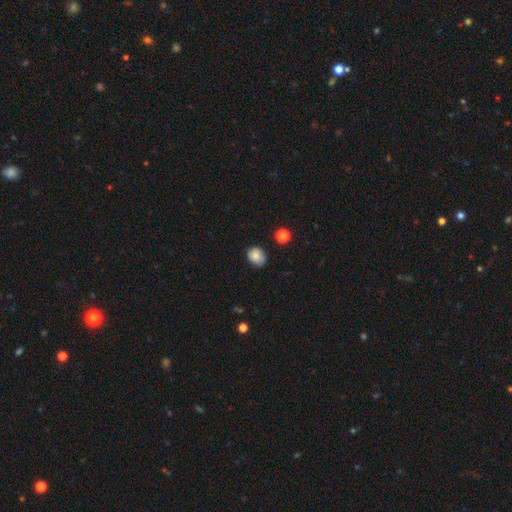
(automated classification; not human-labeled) smooth_or_featured: smooth (p=0.80) [alt: featured or disk p=0.11]
how_rounded: round (p=0.54) [alt: in between p=0.45]
merging: none (p=0.78) [alt: minor disturbance p=0.17]